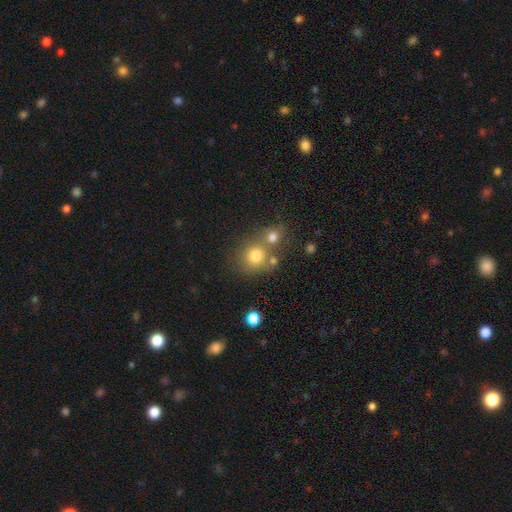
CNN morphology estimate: Smooth or featured? smooth (76%)
How rounded? round (83%)
Merging? none (52%)